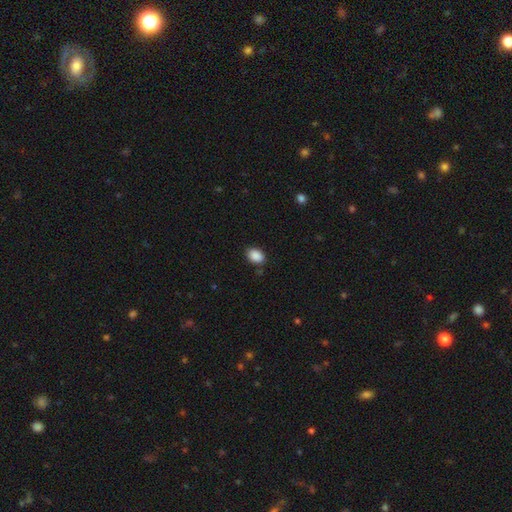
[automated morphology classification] type=smooth (89%); roundness=in between (79%); merging=none (85%).